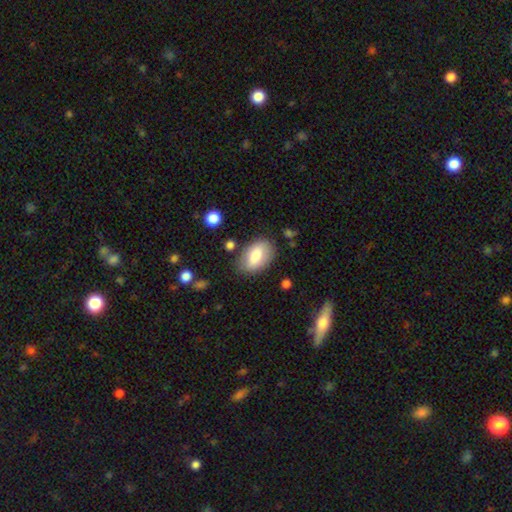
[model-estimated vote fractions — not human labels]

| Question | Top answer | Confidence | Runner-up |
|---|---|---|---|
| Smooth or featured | smooth | 74% | featured or disk (19%) |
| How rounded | in between | 90% | round (9%) |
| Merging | none | 77% | minor disturbance (16%) |